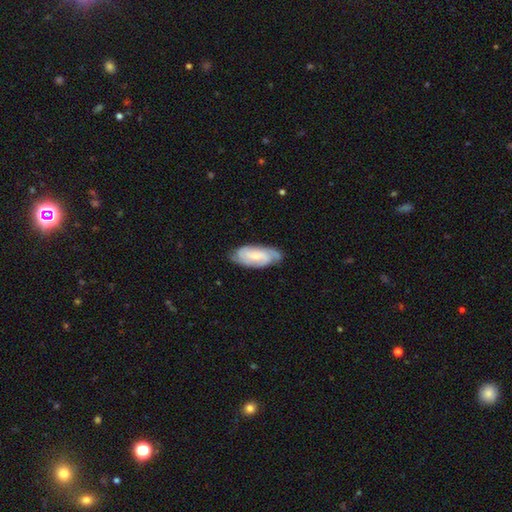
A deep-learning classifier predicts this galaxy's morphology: smooth_or_featured: featured or disk (p=0.66) [alt: smooth p=0.28]
disk_edge_on: no (p=0.93) [alt: yes p=0.07]
bar: no (p=0.50) [alt: weak p=0.39]
has_spiral_arms: yes (p=0.93) [alt: no p=0.07]
spiral_winding: tight (p=0.53) [alt: medium p=0.37]
spiral_arm_count: 2 (p=0.41) [alt: can't tell p=0.27]
bulge_size: small (p=0.53) [alt: moderate p=0.31]
merging: none (p=0.73) [alt: minor disturbance p=0.21]